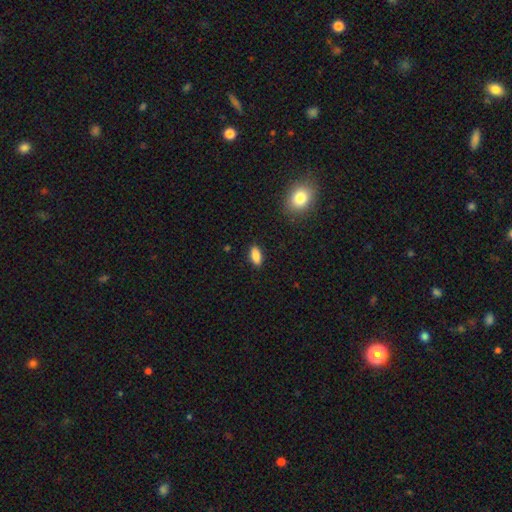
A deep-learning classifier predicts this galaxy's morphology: smooth 86%, star or artifact 8%, featured or disk 6%. Down the decision tree: how rounded — in between (86%); merging — none (88%).